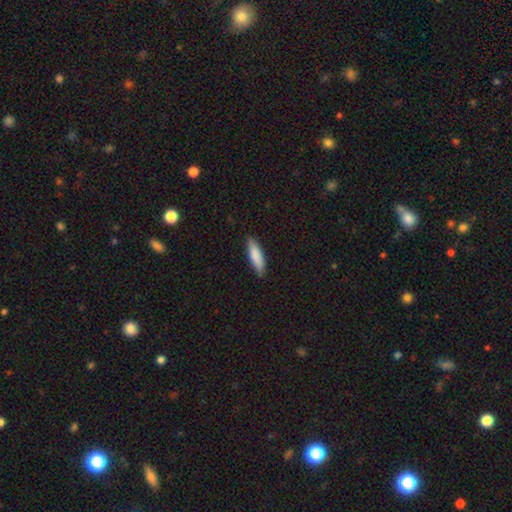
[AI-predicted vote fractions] Smooth or featured? smooth (83%)
How rounded? cigar-shaped (64%)
Merging? none (86%)